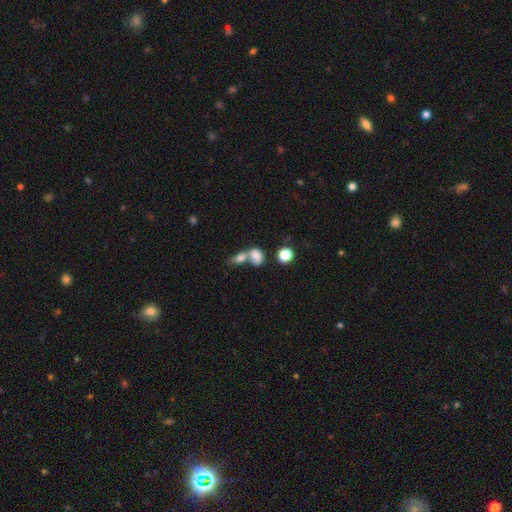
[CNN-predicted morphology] Smooth or featured? smooth (78%)
How rounded? in between (71%)
Merging? merger (60%)